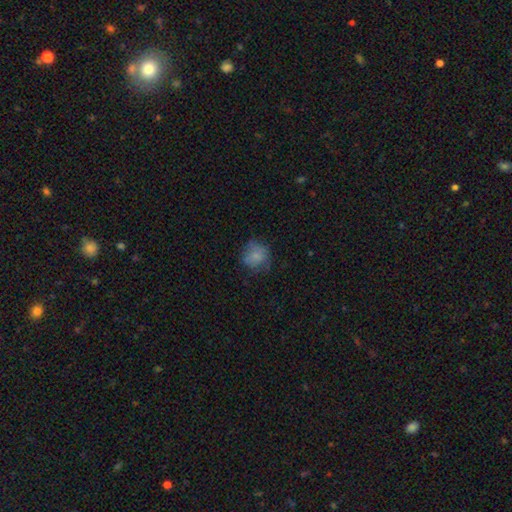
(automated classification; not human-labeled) Q: Smooth or featured?
A: smooth (72%); runner-up: featured or disk (18%)
Q: How rounded?
A: round (78%); runner-up: in between (21%)
Q: Merging?
A: none (56%); runner-up: minor disturbance (28%)